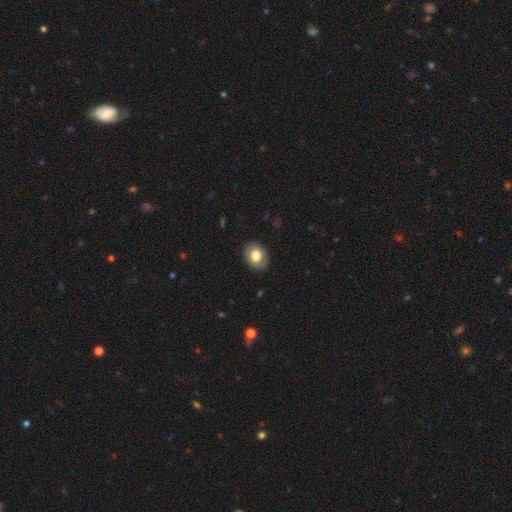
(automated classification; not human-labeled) This is likely a smooth galaxy (79%). How rounded: likely in between (61%). Merging: clearly none (88%).